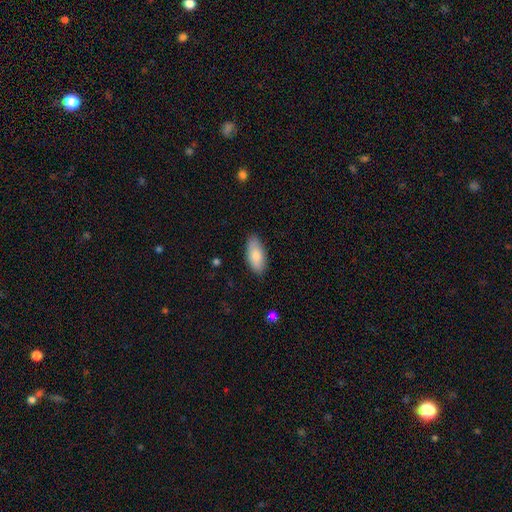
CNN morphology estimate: Smooth or featured: smooth — 82% (featured or disk — 13%)
How rounded: in between — 88% (cigar-shaped — 10%)
Merging: none — 84% (minor disturbance — 13%)